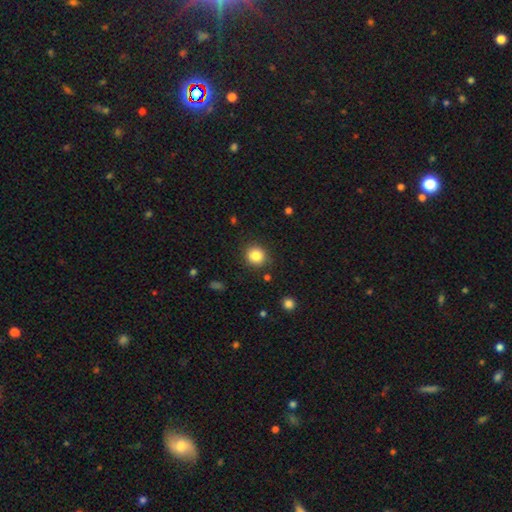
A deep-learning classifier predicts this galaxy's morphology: Smooth or featured? smooth (83%)
How rounded? round (89%)
Merging? none (88%)